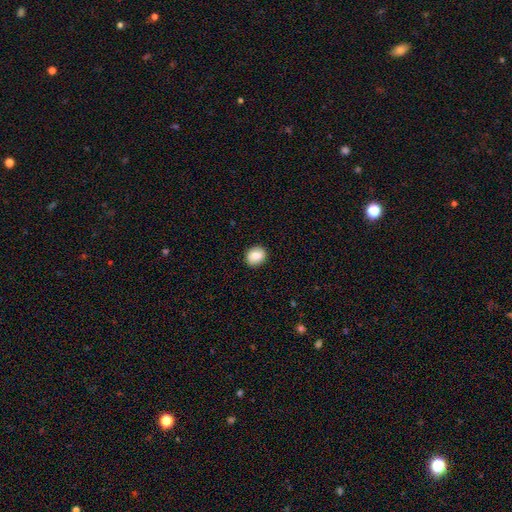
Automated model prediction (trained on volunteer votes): Smooth or featured? Predicted: smooth (p=0.76). How rounded? Predicted: round (p=0.64). Merging? Predicted: none (p=0.88).